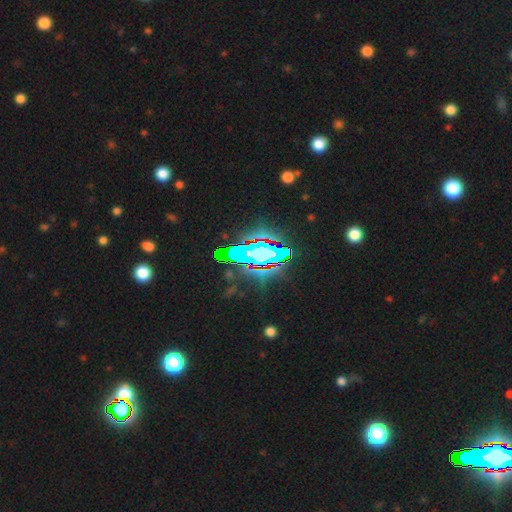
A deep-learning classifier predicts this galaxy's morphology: A star or artifact, not a galaxy (71%).